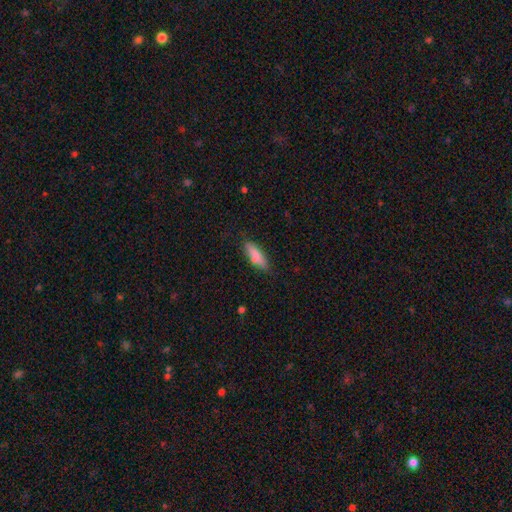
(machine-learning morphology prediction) smooth-or-featured: smooth: 77% | featured or disk: 16% | star or artifact: 7%
  how-rounded: cigar-shaped: 51% | in between: 47% | round: 2%
  merging: none: 73% | minor disturbance: 19% | major disturbance: 4% | merger: 3%